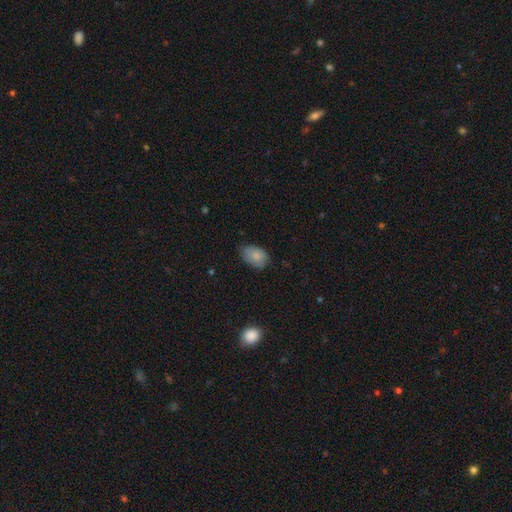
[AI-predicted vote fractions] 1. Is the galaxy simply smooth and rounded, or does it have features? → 83% smooth, 10% featured or disk, 7% star or artifact.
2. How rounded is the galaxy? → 86% in between, 13% round, 1% cigar-shaped.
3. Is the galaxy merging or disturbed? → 71% none, 24% minor disturbance, 4% major disturbance, 1% merger.